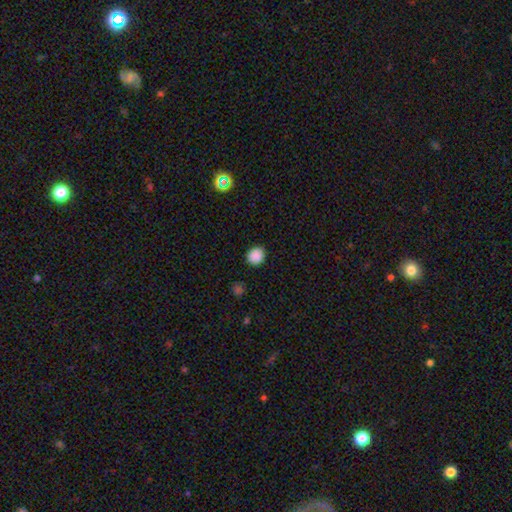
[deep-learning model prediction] smooth_or_featured: smooth (p=0.87) [alt: star or artifact p=0.10]
how_rounded: round (p=0.79) [alt: in between p=0.21]
merging: none (p=0.86) [alt: minor disturbance p=0.10]